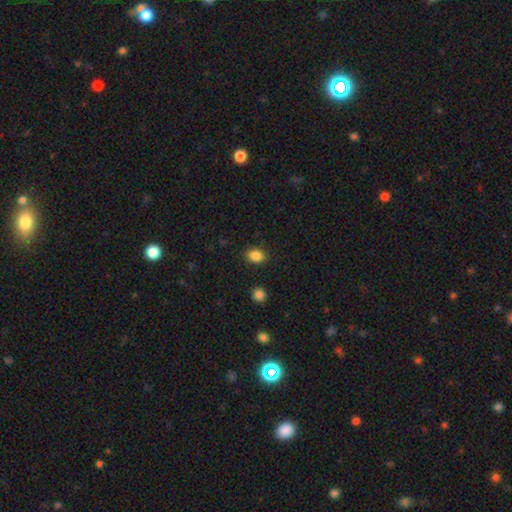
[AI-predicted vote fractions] Smooth or featured?
  - smooth: 86% *
  - star or artifact: 10%
  - featured or disk: 4%
How rounded?
  - in between: 57% *
  - round: 42%
  - cigar-shaped: 1%
Merging?
  - none: 88% *
  - minor disturbance: 8%
  - major disturbance: 2%
  - merger: 2%